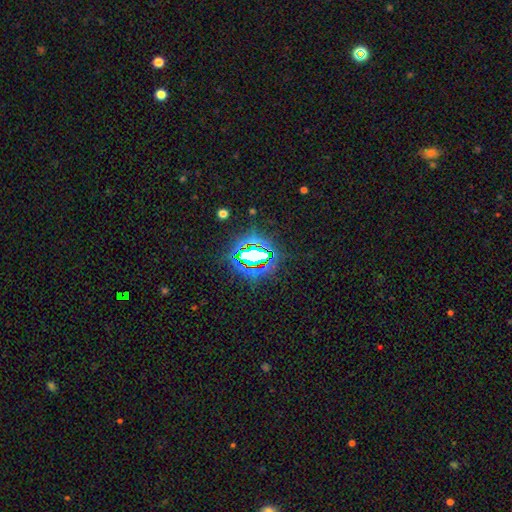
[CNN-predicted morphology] This appears to be a star or artifact, not a galaxy (70%).